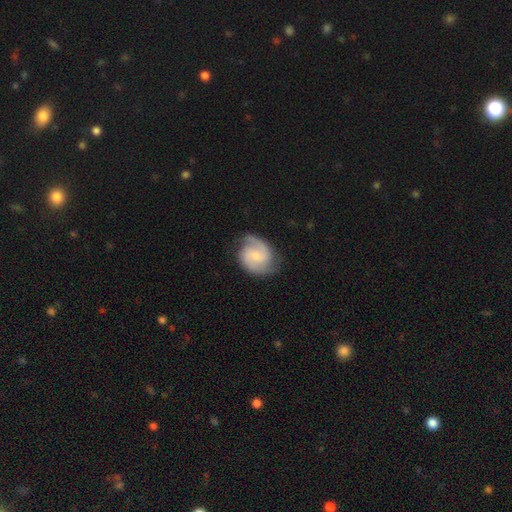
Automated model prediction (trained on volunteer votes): A featured or disk galaxy (81%) with no bar (51%), 2 (82%) medium (50%) spiral arms (96%) and a small central bulge (60%). Merging: none (76%).